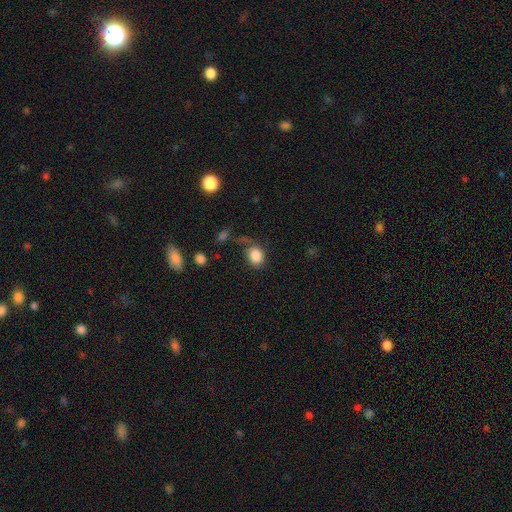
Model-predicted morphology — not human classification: smooth 85%, star or artifact 9%, featured or disk 6%. Down the decision tree: how rounded — round (52%); merging — none (61%).